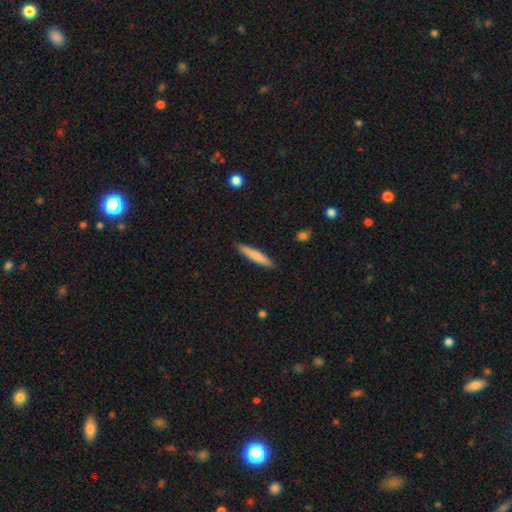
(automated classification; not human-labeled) Overall: smooth (76%). How rounded: cigar-shaped (91%). Merging: none (88%).